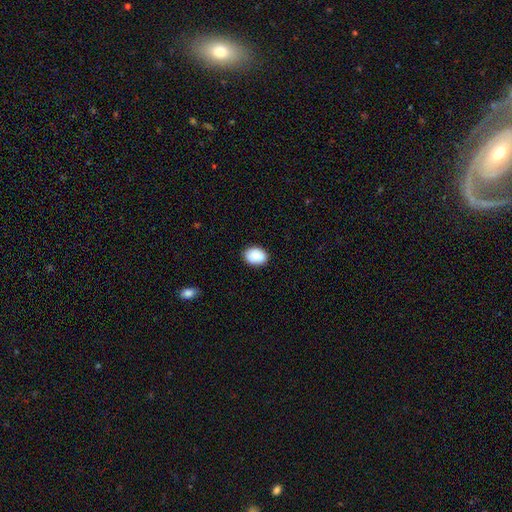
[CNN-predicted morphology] This appears to be a smooth galaxy with no disk features (89%) that is in between round and cigar-shaped (64%). Merging: none (86%).